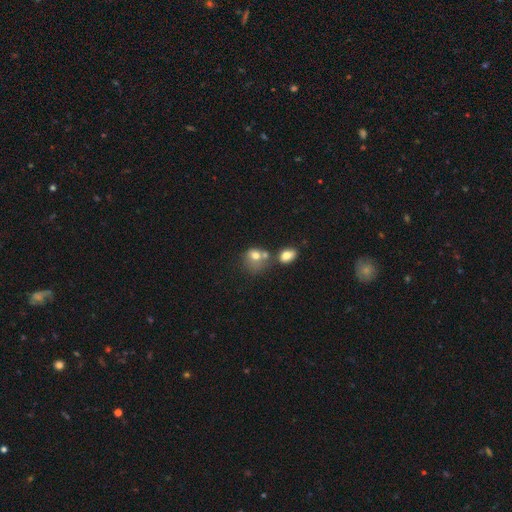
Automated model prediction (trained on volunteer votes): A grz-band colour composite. It shows a smooth galaxy with no disk features (72%) that is round (62%). Merging: merger (47%).